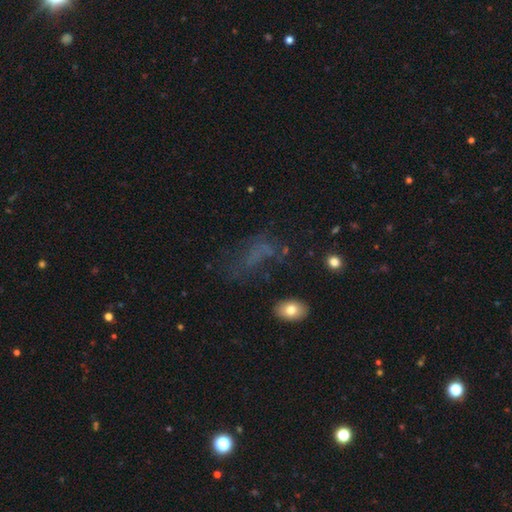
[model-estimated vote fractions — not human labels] Overall: smooth (43%; star or artifact 29%). Merging: none (45%; major disturbance 30%).